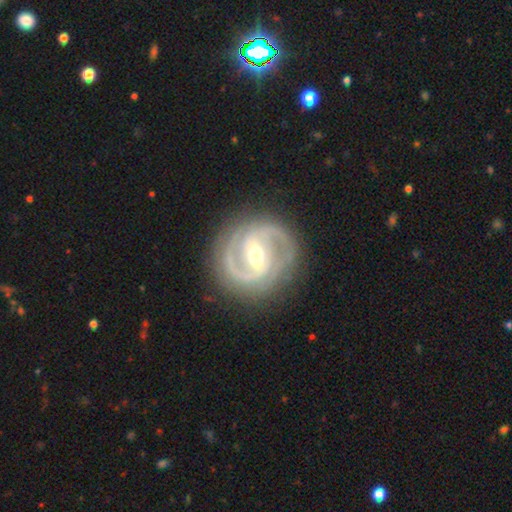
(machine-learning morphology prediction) A featured or disk galaxy (91%) with a strong bar (46%), 2 (89%) tight (48%) spiral arms (97%) and a moderate central bulge (61%).

Vote fractions:
- Smooth or featured? featured or disk: 91% / star or artifact: 5% / smooth: 4%
- Edge-on disk? no: 97% / yes: 3%
- Bar? strong: 46% / weak: 38% / no: 17%
- Spiral arms? yes: 97% / no: 3%
- Spiral winding? tight: 48% / medium: 44% / loose: 8%
- Spiral arm count? 2: 89% / 3: 4% / can't tell: 3% / 1: 1% / 4: 1% / more than 4: 1%
- Bulge size? moderate: 61% / small: 34% / large: 3% / dominant: 1% / none: 1%
- Merging? none: 85% / minor disturbance: 10% / major disturbance: 4% / merger: 1%